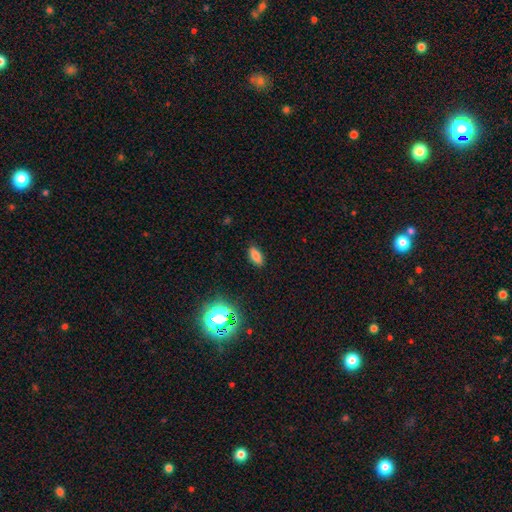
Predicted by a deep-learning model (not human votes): Smooth or featured? smooth (79%)
How rounded? in between (86%)
Merging? none (88%)